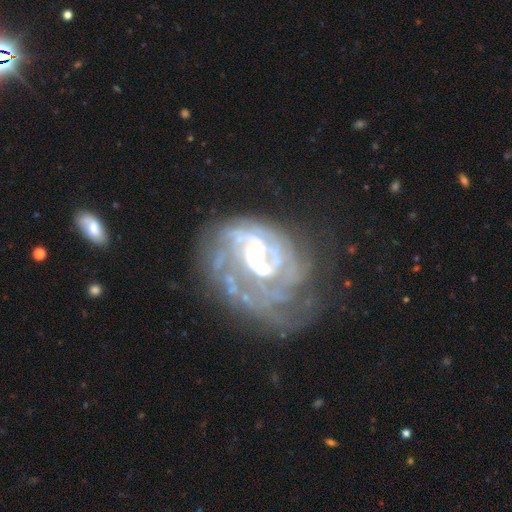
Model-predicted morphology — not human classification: This appears to be a featured or disk galaxy (85%) with no bar (65%), tight (60%) spiral arms (89%) and a moderate central bulge (64%). Merging: none (43%).